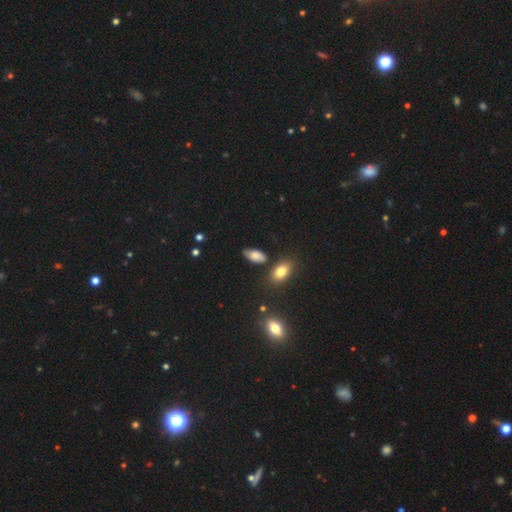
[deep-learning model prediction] This is likely a smooth galaxy (77%). How rounded: clearly in between (92%). Merging: likely none (67%).